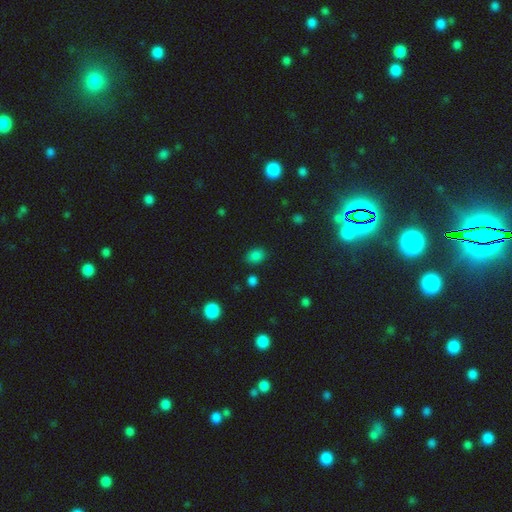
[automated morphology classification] This is clearly a smooth galaxy (81%). How rounded: likely in between (67%). Merging: clearly none (81%).